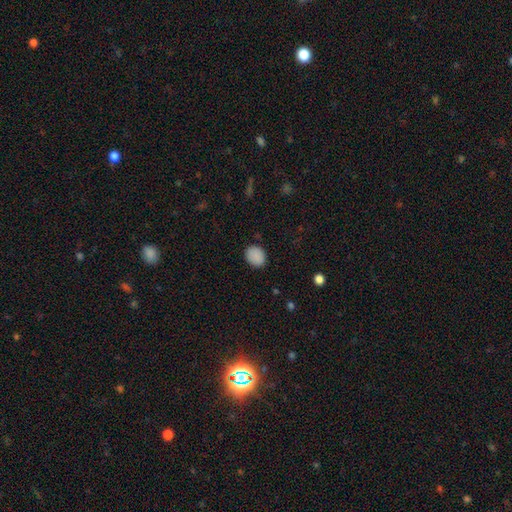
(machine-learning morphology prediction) smooth_or_featured: smooth (p=0.88) [alt: star or artifact p=0.08]
how_rounded: round (p=0.60) [alt: in between p=0.39]
merging: none (p=0.87) [alt: minor disturbance p=0.10]